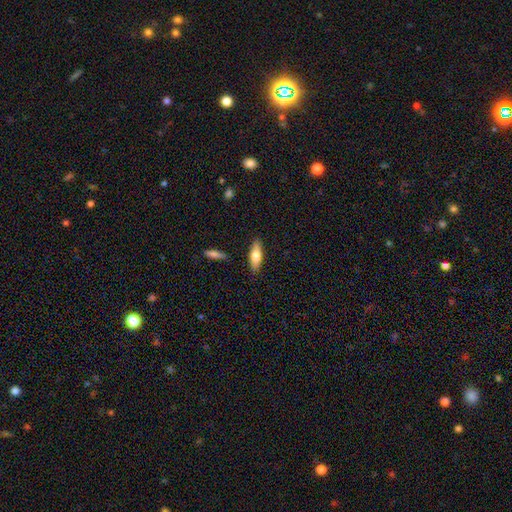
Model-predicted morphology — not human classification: Smooth or featured? smooth (65%)
How rounded? in between (56%)
Merging? none (86%)